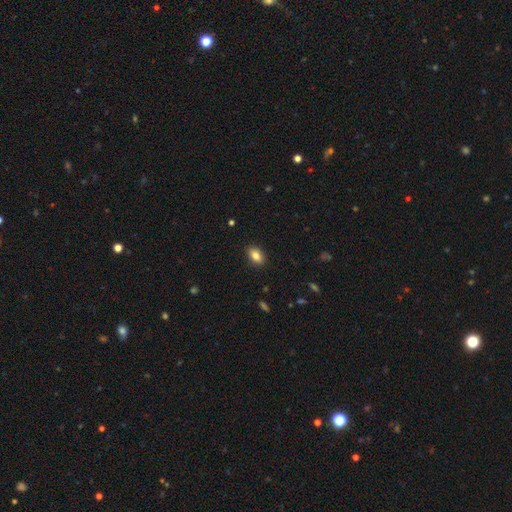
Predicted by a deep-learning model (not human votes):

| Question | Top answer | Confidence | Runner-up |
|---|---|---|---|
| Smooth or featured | smooth | 83% | featured or disk (8%) |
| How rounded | in between | 87% | round (10%) |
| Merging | none | 89% | minor disturbance (8%) |